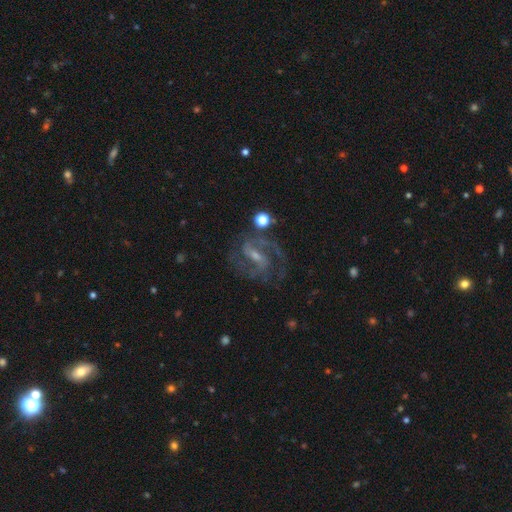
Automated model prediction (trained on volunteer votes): Smooth or featured?
  - featured or disk: 89% *
  - star or artifact: 6%
  - smooth: 5%
Edge-on disk?
  - no: 97% *
  - yes: 3%
Bar?
  - strong: 44% *
  - weak: 43%
  - no: 13%
Spiral arms?
  - yes: 97% *
  - no: 3%
Spiral winding?
  - medium: 60% *
  - tight: 26%
  - loose: 14%
Spiral arm count?
  - 2: 79% *
  - 3: 9%
  - can't tell: 6%
  - 1: 2%
  - 4: 2%
  - more than 4: 2%
Bulge size?
  - small: 60% *
  - moderate: 31%
  - none: 6%
  - large: 2%
  - dominant: 1%
Merging?
  - none: 70% *
  - minor disturbance: 16%
  - major disturbance: 11%
  - merger: 3%